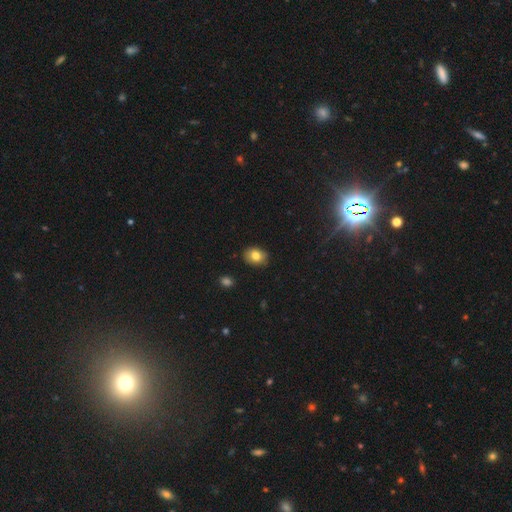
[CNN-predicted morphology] smooth 81%, featured or disk 9%, star or artifact 9%. Down the decision tree: how rounded — in between (59%); merging — none (82%).